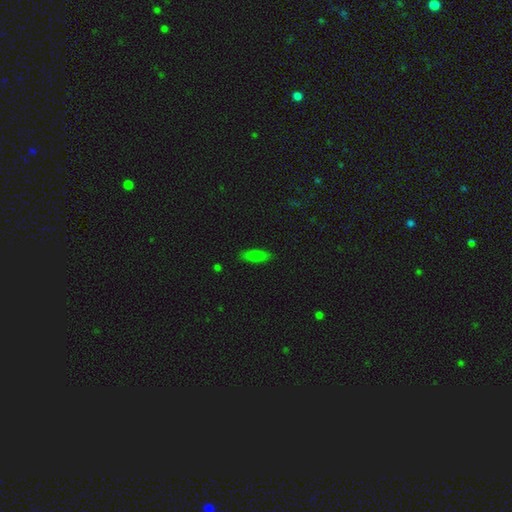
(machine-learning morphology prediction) This is likely a smooth galaxy (78%). How rounded: likely in between (64%). Merging: clearly none (86%).